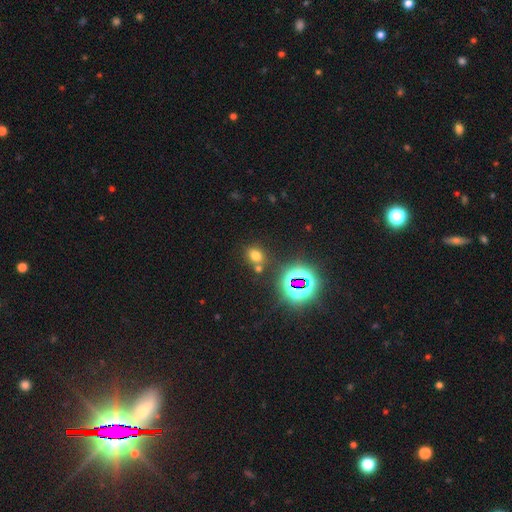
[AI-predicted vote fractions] Smooth or featured?
  - smooth: 64% *
  - star or artifact: 28%
  - featured or disk: 8%
How rounded?
  - in between: 50% *
  - round: 49%
  - cigar-shaped: 1%
Merging?
  - none: 70% *
  - merger: 15%
  - minor disturbance: 11%
  - major disturbance: 4%